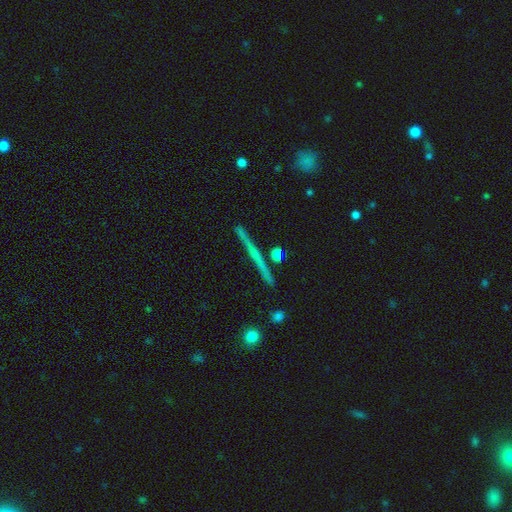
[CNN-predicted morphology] smooth_or_featured: featured or disk (p=0.67) [alt: smooth p=0.26]
disk_edge_on: yes (p=0.98) [alt: no p=0.02]
edge_on_bulge: none (p=0.69) [alt: rounded p=0.24]
merging: none (p=0.91) [alt: minor disturbance p=0.06]